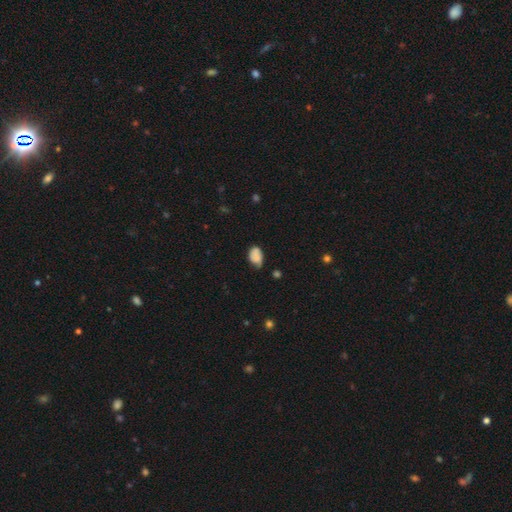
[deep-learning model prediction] smooth_or_featured: smooth (p=0.78) [alt: featured or disk p=0.13]
how_rounded: in between (p=0.84) [alt: round p=0.15]
merging: none (p=0.45) [alt: minor disturbance p=0.40]